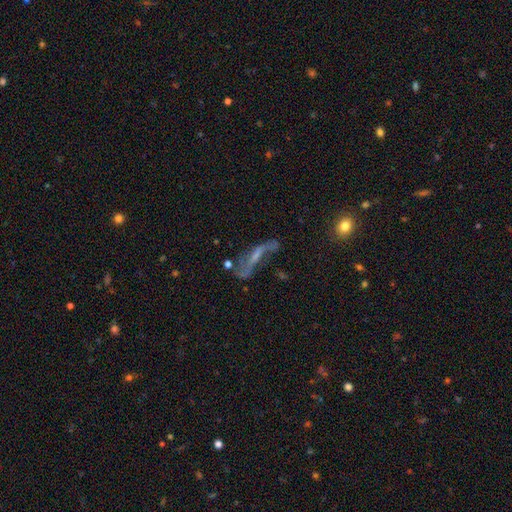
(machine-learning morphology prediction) smooth_or_featured: featured or disk (p=0.69) [alt: smooth p=0.17]
disk_edge_on: no (p=0.72) [alt: yes p=0.28]
merging: none (p=0.45) [alt: major disturbance p=0.25]